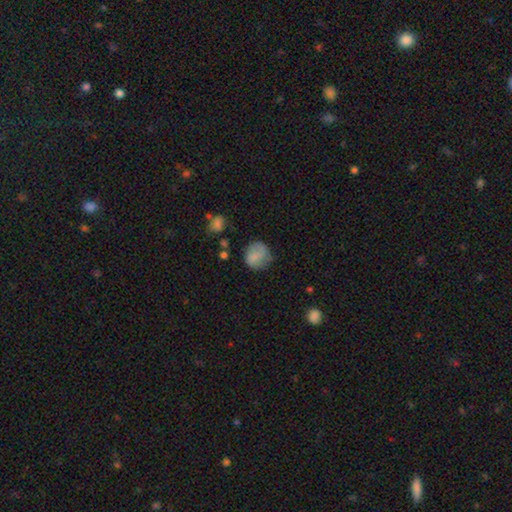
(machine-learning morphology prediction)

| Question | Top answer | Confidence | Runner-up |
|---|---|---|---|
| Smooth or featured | smooth | 74% | featured or disk (17%) |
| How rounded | round | 78% | in between (21%) |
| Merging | none | 61% | minor disturbance (26%) |